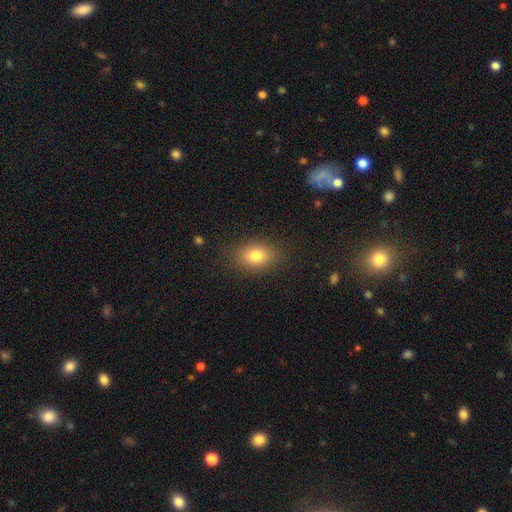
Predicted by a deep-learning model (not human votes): Morphology: type=smooth (81%); roundness=in between (68%); merging=none (86%).